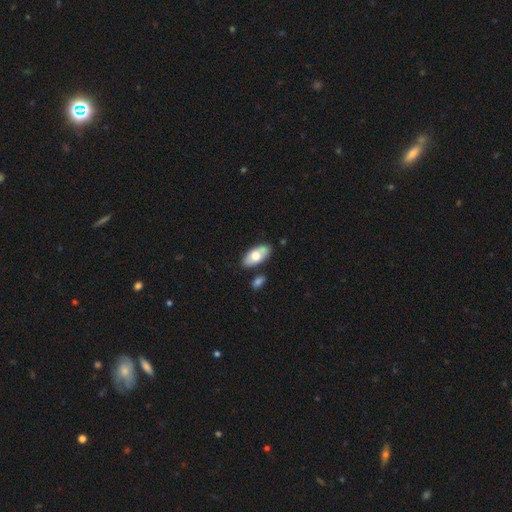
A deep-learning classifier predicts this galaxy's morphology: type=smooth (69%); roundness=in between (91%); merging=none (81%).